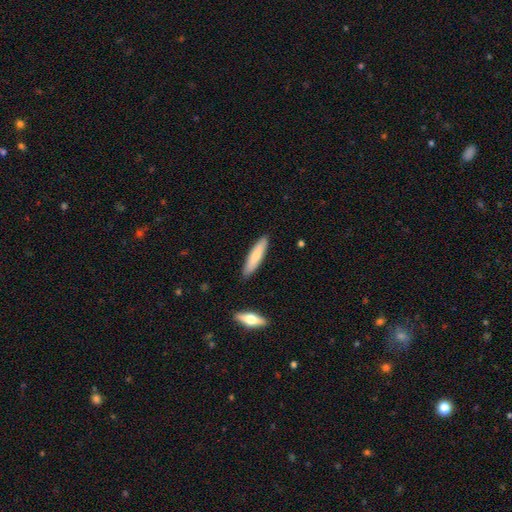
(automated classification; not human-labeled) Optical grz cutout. It shows a smooth galaxy with no disk features (76%) that is cigar-shaped (79%). Merging: none (88%).